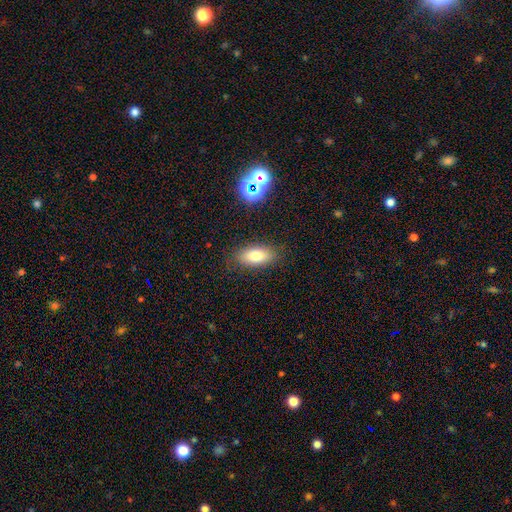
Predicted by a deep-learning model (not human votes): A smooth galaxy with no disk features (76%) that is in between round and cigar-shaped (87%). Merging: none (84%).